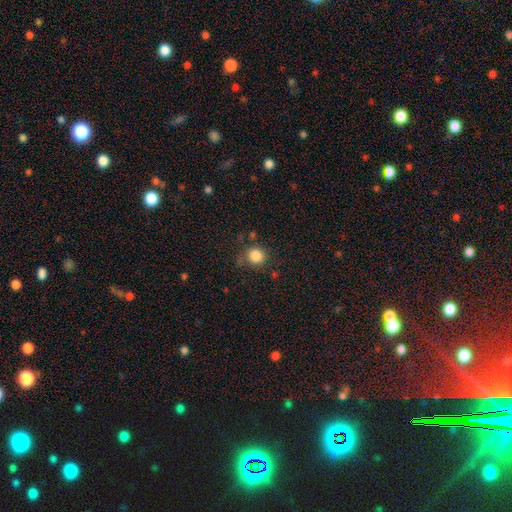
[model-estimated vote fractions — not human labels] A smooth galaxy with no disk features (84%) that is round (88%).

Vote fractions:
- Smooth or featured? smooth: 84% / star or artifact: 11% / featured or disk: 5%
- How rounded? round: 88% / in between: 11% / cigar-shaped: 1%
- Merging? none: 73% / minor disturbance: 17% / major disturbance: 6% / merger: 4%